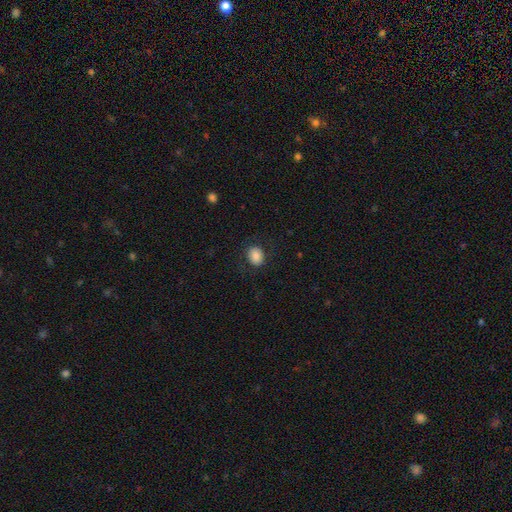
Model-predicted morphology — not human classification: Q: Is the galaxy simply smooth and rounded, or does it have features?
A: smooth — 82%.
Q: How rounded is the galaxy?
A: round — 54%.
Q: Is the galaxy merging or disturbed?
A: none — 82%.